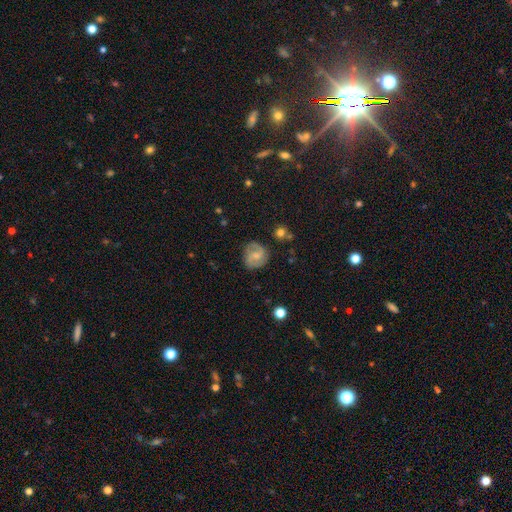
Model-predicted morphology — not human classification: This is likely a featured or disk galaxy (68%). It is clearly not viewed edge-on (98%). Bar: possibly weak (50%). Spiral arm pattern: clearly yes (92%). Spiral arm count: clearly 2 (87%). Spiral winding: possibly medium (51%). Central bulge: marginally small (43%). Merging: clearly none (81%).